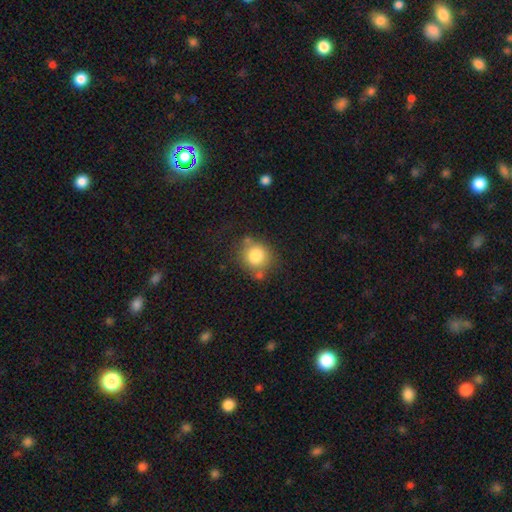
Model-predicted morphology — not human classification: This appears to be a smooth galaxy with no disk features (81%) that is round (83%). Merging: none (65%).